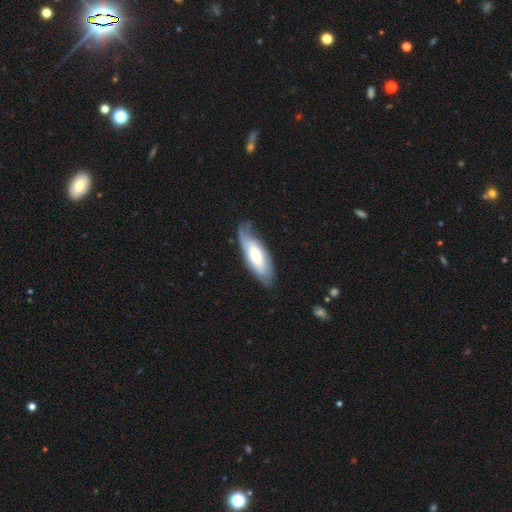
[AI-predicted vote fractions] Q: Smooth or featured?
A: smooth (55%); runner-up: featured or disk (39%)
Q: How rounded?
A: in between (70%); runner-up: cigar-shaped (29%)
Q: Merging?
A: none (56%); runner-up: minor disturbance (31%)